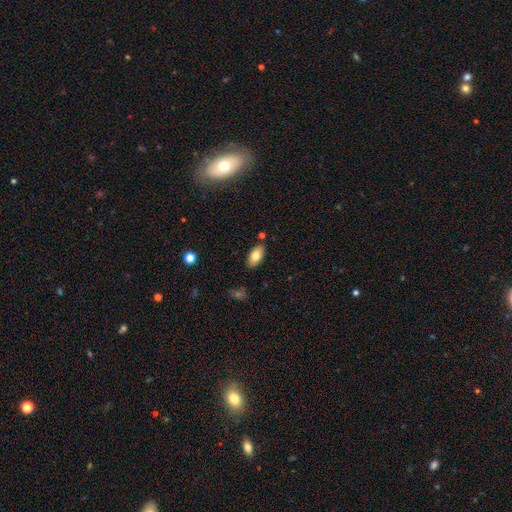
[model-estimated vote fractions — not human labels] smooth_or_featured: smooth (p=0.76) [alt: featured or disk p=0.17]
how_rounded: in between (p=0.92) [alt: cigar-shaped p=0.04]
merging: none (p=0.84) [alt: minor disturbance p=0.11]